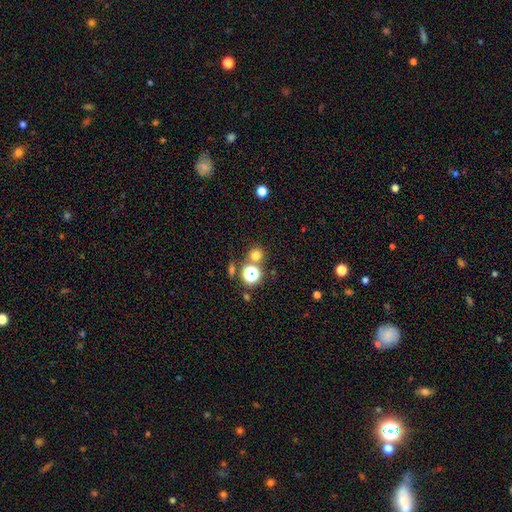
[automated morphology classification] This is likely a smooth galaxy (69%). How rounded: clearly round (92%). Merging: likely none (76%).